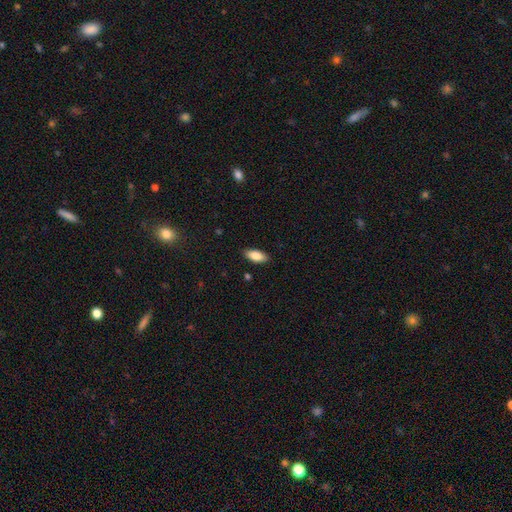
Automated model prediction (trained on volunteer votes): This is clearly a smooth galaxy (85%). How rounded: clearly in between (84%). Merging: clearly none (88%).